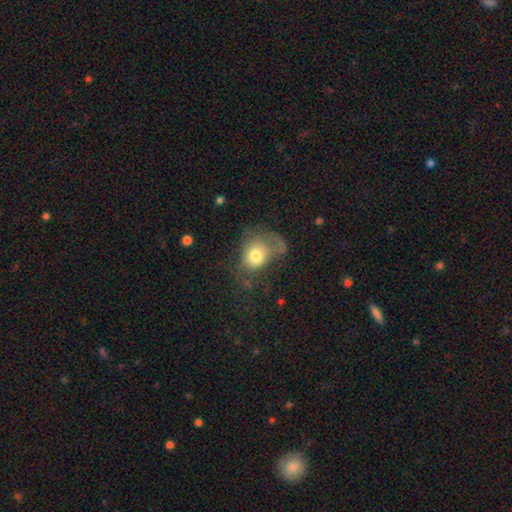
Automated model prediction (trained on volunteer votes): Morphology: type=smooth (69%); roundness=round (52%); merging=major disturbance (45%).